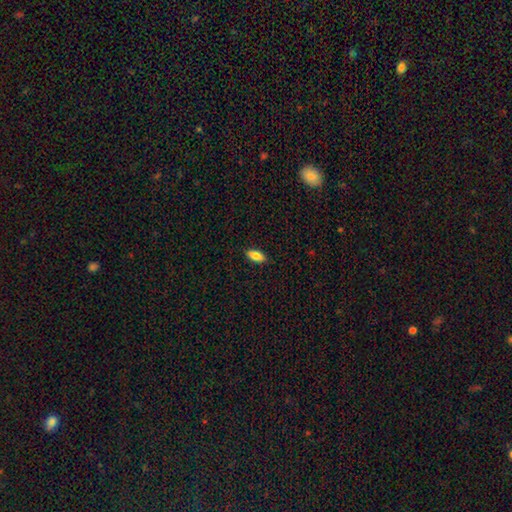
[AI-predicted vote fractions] Smooth or featured?
  - smooth: 85% *
  - featured or disk: 8%
  - star or artifact: 7%
How rounded?
  - in between: 84% *
  - cigar-shaped: 14%
  - round: 2%
Merging?
  - none: 88% *
  - minor disturbance: 9%
  - major disturbance: 2%
  - merger: 1%